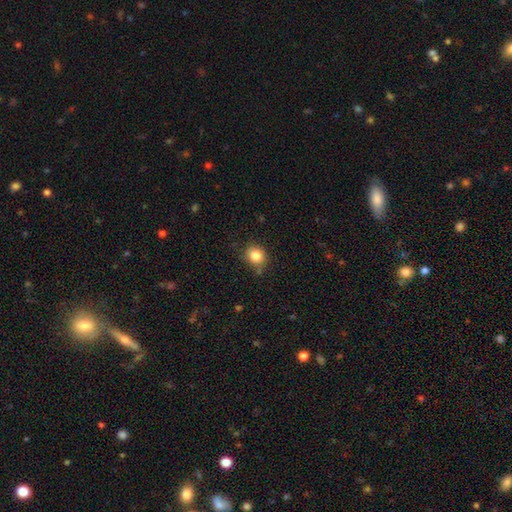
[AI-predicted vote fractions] smooth_or_featured: smooth (p=0.84) [alt: star or artifact p=0.11]
how_rounded: round (p=0.74) [alt: in between p=0.25]
merging: none (p=0.79) [alt: minor disturbance p=0.14]